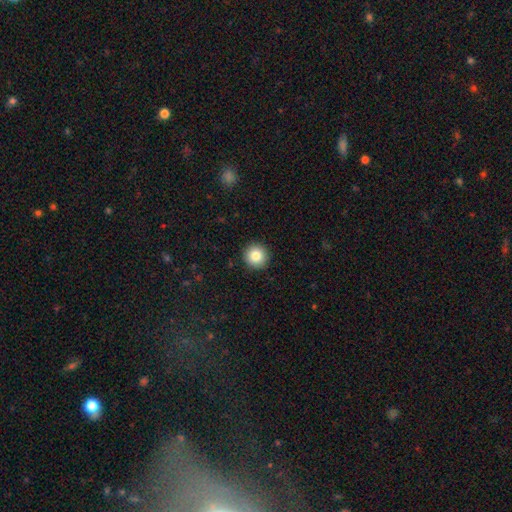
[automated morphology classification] A smooth galaxy with no disk features (84%) that is round (96%). Merging: none (93%).